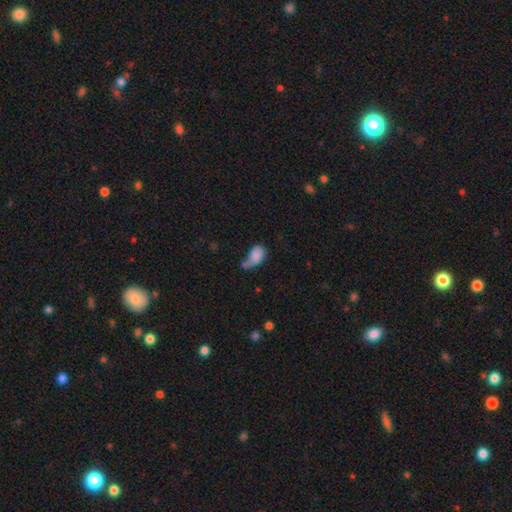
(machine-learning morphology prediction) Smooth or featured? Predicted: smooth (p=0.80). How rounded? Predicted: in between (p=0.81). Merging? Predicted: merger (p=0.32).